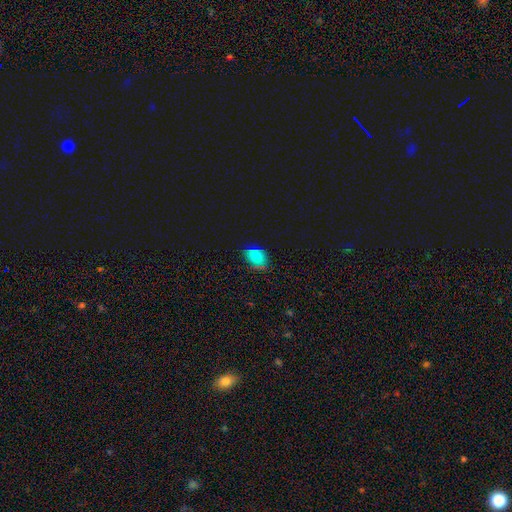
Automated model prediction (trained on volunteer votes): A smooth galaxy with no disk features (75%) that is in between round and cigar-shaped (74%).

Vote fractions:
- Smooth or featured? smooth: 75% / star or artifact: 16% / featured or disk: 10%
- How rounded? in between: 74% / round: 25% / cigar-shaped: 2%
- Merging? none: 59% / minor disturbance: 29% / major disturbance: 8% / merger: 3%